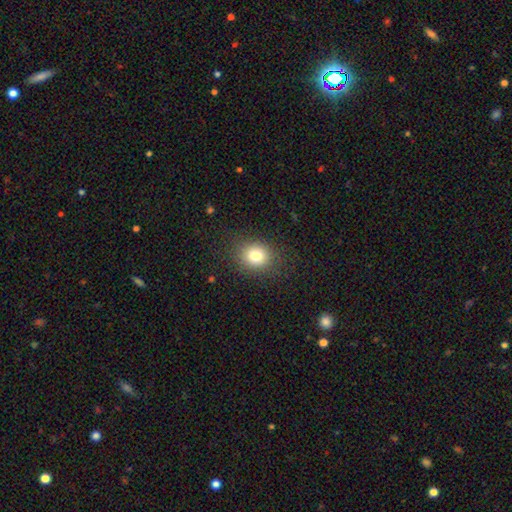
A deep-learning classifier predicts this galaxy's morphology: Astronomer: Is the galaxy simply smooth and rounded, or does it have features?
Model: smooth — 79%.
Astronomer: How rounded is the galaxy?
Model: round — 69%.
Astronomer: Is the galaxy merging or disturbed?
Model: none — 86%.